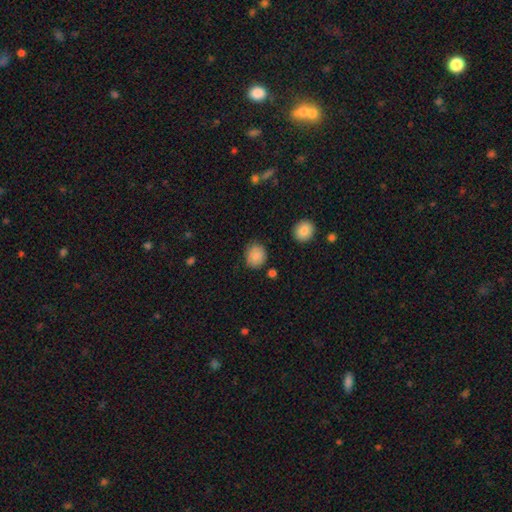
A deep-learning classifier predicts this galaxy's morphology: This appears to be a smooth galaxy with no disk features (87%) that is round (75%). Merging: none (81%).